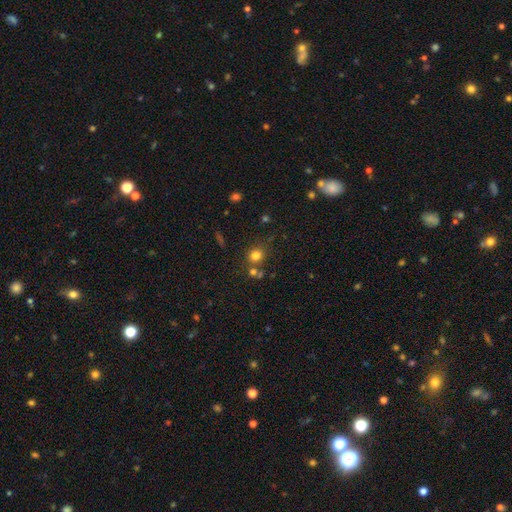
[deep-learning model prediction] This is likely a smooth galaxy (78%). How rounded: clearly round (87%). Merging: likely none (71%).